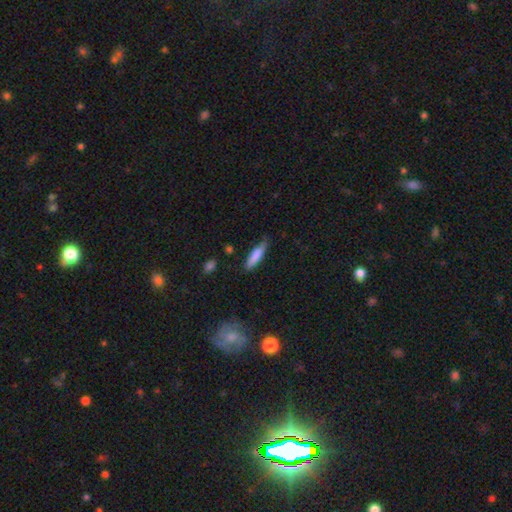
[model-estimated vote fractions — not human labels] Smooth or featured: smooth — 80% (featured or disk — 13%)
How rounded: cigar-shaped — 72% (in between — 26%)
Merging: none — 72% (minor disturbance — 22%)